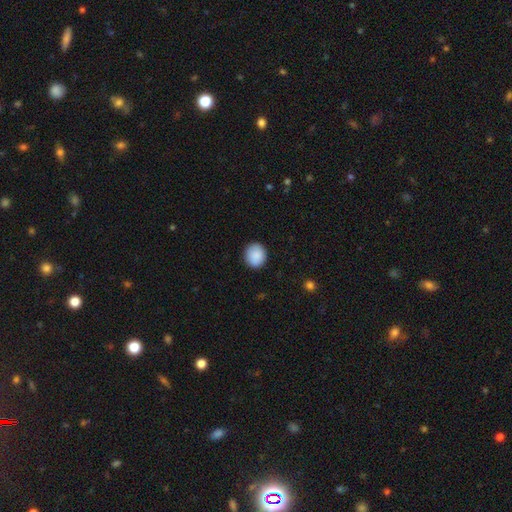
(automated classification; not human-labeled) This is clearly a smooth galaxy (89%). How rounded: likely round (78%). Merging: clearly none (89%).